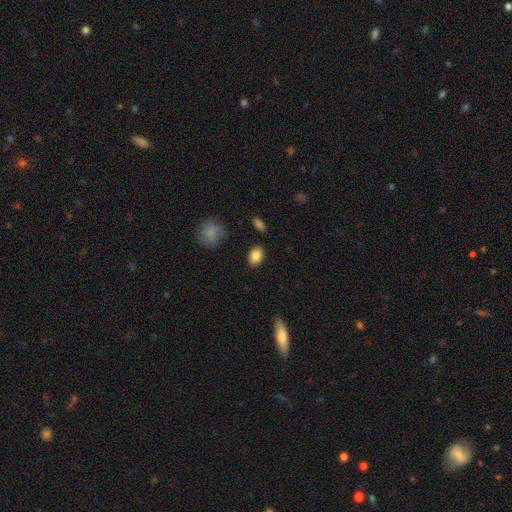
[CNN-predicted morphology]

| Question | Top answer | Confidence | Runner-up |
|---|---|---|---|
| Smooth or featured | smooth | 86% | star or artifact (8%) |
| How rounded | in between | 82% | round (17%) |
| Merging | none | 87% | minor disturbance (9%) |